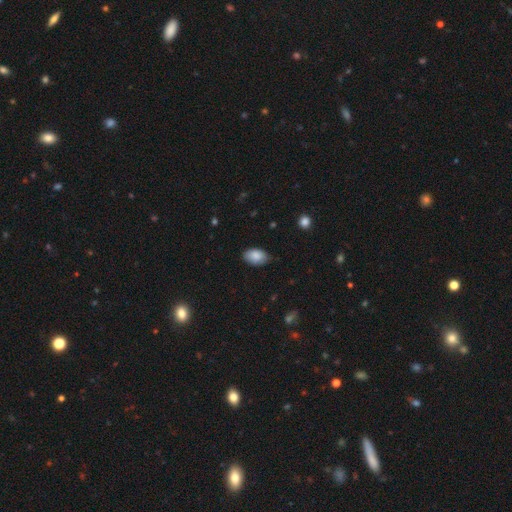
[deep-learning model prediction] A smooth galaxy with no disk features (86%) that is in between round and cigar-shaped (91%).

Vote fractions:
- Smooth or featured? smooth: 86% / featured or disk: 7% / star or artifact: 7%
- How rounded? in between: 91% / round: 8% / cigar-shaped: 1%
- Merging? none: 77% / minor disturbance: 19% / major disturbance: 3% / merger: 1%